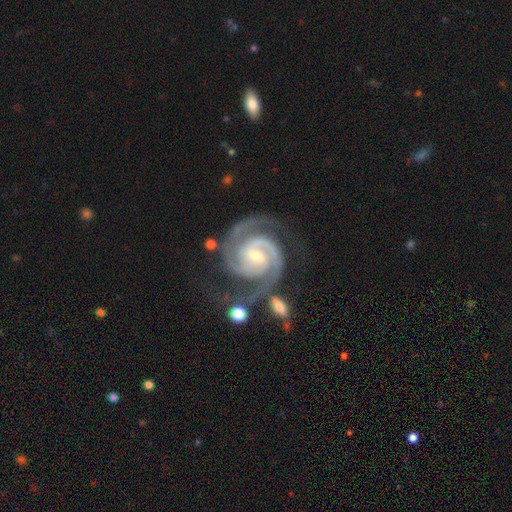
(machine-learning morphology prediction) Smooth or featured?
  - featured or disk: 93% *
  - star or artifact: 5%
  - smooth: 2%
Edge-on disk?
  - no: 98% *
  - yes: 2%
Bar?
  - no: 41% *
  - weak: 37%
  - strong: 22%
Spiral arms?
  - yes: 99% *
  - no: 1%
Spiral winding?
  - tight: 73% *
  - medium: 25%
  - loose: 3%
Spiral arm count?
  - 2: 82% *
  - 3: 10%
  - can't tell: 3%
  - 4: 2%
  - 1: 2%
  - more than 4: 2%
Bulge size?
  - small: 60% *
  - moderate: 35%
  - large: 2%
  - none: 2%
  - dominant: 1%
Merging?
  - none: 68% *
  - minor disturbance: 15%
  - merger: 10%
  - major disturbance: 7%